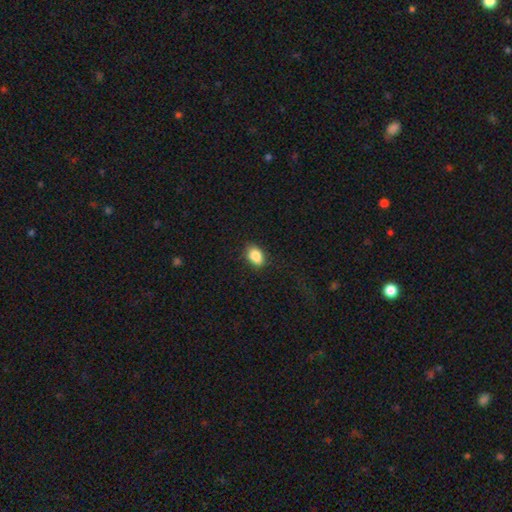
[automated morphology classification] Overall: smooth (86%). How rounded: in between (83%). Merging: none (81%).